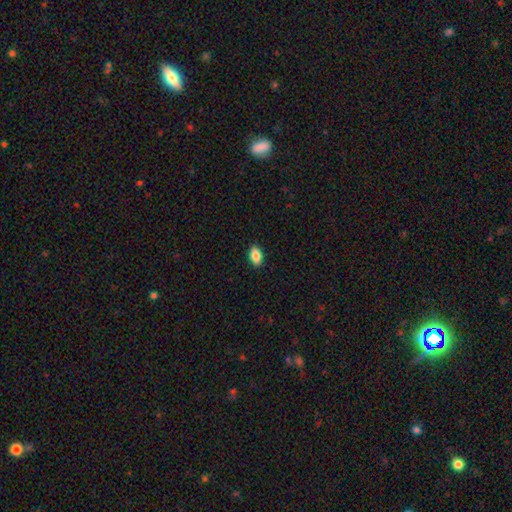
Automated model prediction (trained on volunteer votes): A smooth galaxy with no disk features (87%) that is in between round and cigar-shaped (90%).

Vote fractions:
- Smooth or featured? smooth: 87% / star or artifact: 8% / featured or disk: 6%
- How rounded? in between: 90% / round: 7% / cigar-shaped: 3%
- Merging? none: 89% / minor disturbance: 8% / major disturbance: 2% / merger: 1%